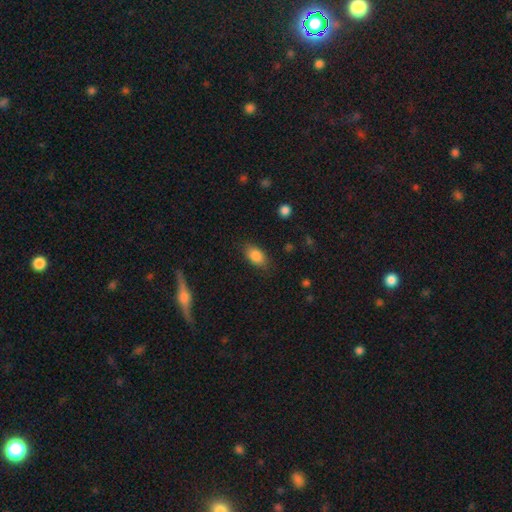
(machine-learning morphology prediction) type=smooth (86%); roundness=in between (88%); merging=none (80%).